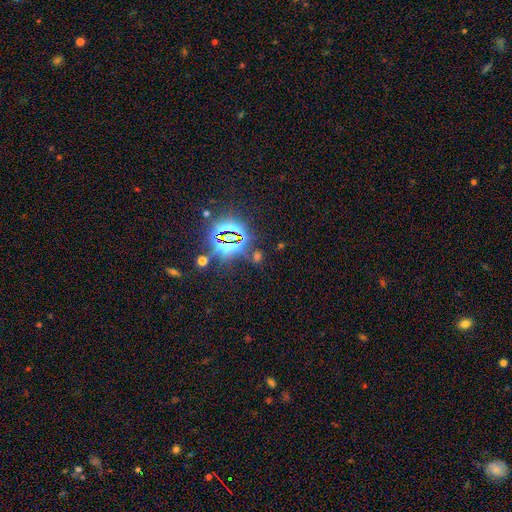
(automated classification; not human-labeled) Smooth or featured? star or artifact (79%)